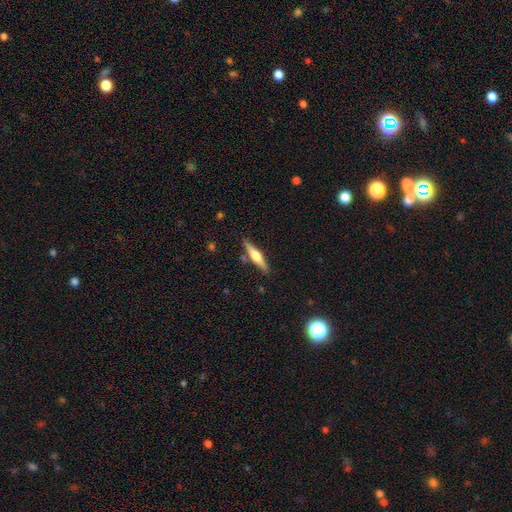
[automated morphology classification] smooth_or_featured: featured or disk (p=0.60) [alt: smooth p=0.35]
disk_edge_on: yes (p=0.96) [alt: no p=0.04]
edge_on_bulge: rounded (p=0.91) [alt: boxy p=0.06]
merging: none (p=0.85) [alt: minor disturbance p=0.10]